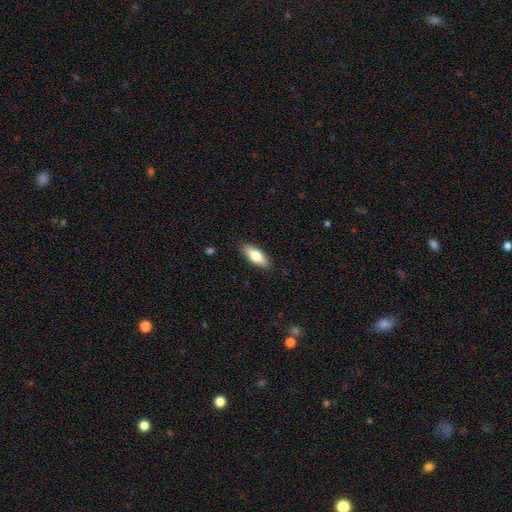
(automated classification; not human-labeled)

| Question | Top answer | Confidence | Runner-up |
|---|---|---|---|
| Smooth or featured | smooth | 76% | featured or disk (18%) |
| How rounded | in between | 73% | cigar-shaped (25%) |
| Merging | none | 88% | minor disturbance (9%) |